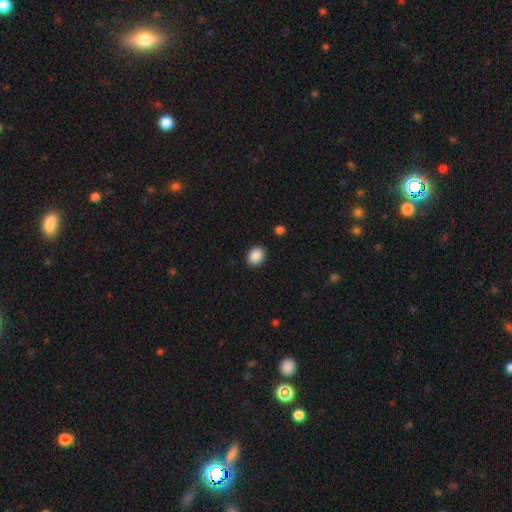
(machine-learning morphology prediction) Smooth or featured: smooth — 89% (star or artifact — 8%)
How rounded: in between — 50% (round — 49%)
Merging: none — 90% (minor disturbance — 7%)